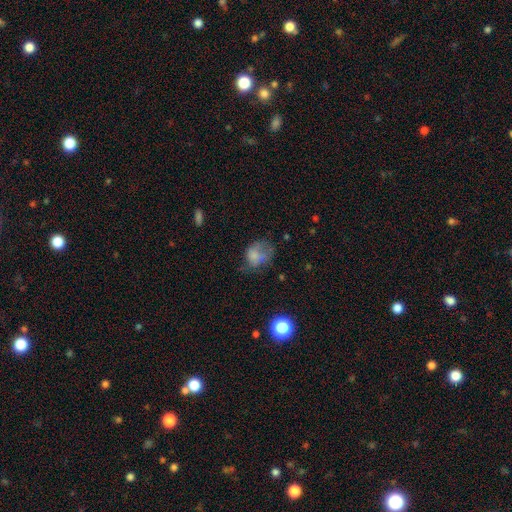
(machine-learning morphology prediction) type=smooth (68%); roundness=in between (53%); merging=none (34%, tied with major disturbance).